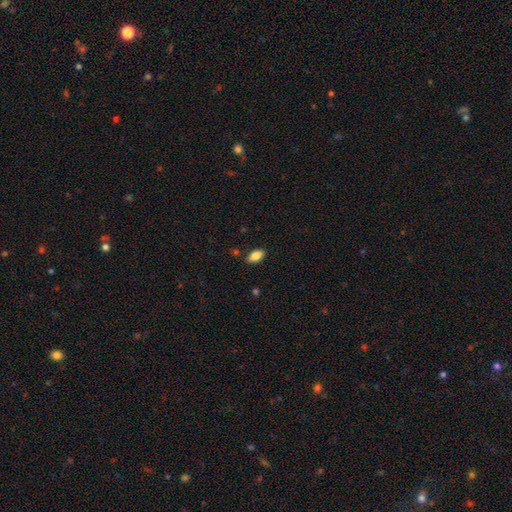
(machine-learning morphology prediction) This appears to be a smooth galaxy with no disk features (84%) that is in between round and cigar-shaped (92%). Merging: none (85%).